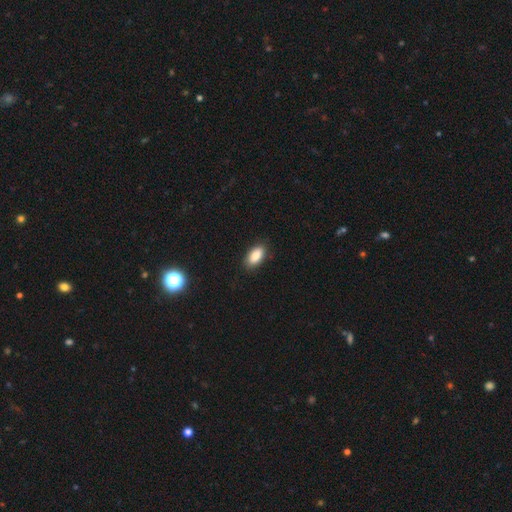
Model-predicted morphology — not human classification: smooth-or-featured: smooth: 86% | star or artifact: 8% | featured or disk: 6%
  how-rounded: in between: 92% | cigar-shaped: 5% | round: 3%
  merging: none: 87% | minor disturbance: 10% | major disturbance: 2% | merger: 1%